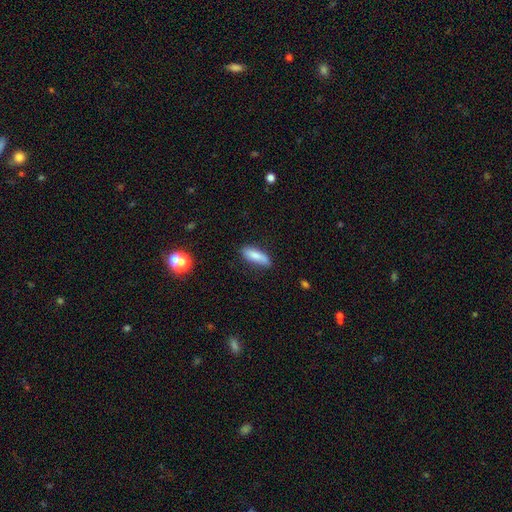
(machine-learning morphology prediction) Overall: smooth (80%). How rounded: in between (53%; cigar-shaped 45%). Merging: none (78%).